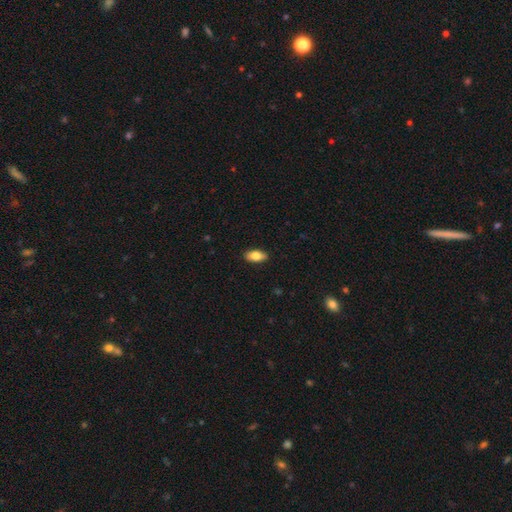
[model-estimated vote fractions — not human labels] Smooth or featured? Predicted: smooth (p=0.79). How rounded? Predicted: in between (p=0.89). Merging? Predicted: none (p=0.90).